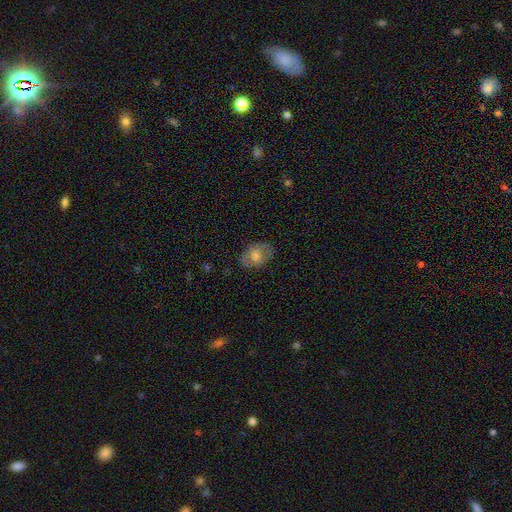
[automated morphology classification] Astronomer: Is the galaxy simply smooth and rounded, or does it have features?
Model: smooth — 56% (runner-up: featured or disk, 36%).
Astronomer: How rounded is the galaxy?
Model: in between — 73%.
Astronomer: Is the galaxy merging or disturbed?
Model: none — 76%.